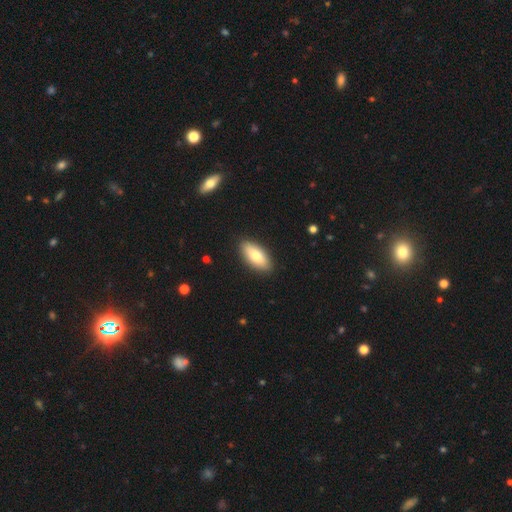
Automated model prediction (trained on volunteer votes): Overall: smooth (78%). How rounded: in between (88%). Merging: none (89%).